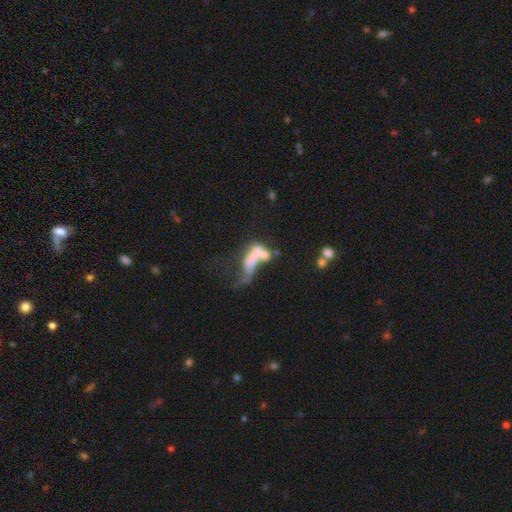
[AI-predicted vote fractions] smooth 50%, featured or disk 37%, star or artifact 13%. Down the decision tree: merging — merger (44%).